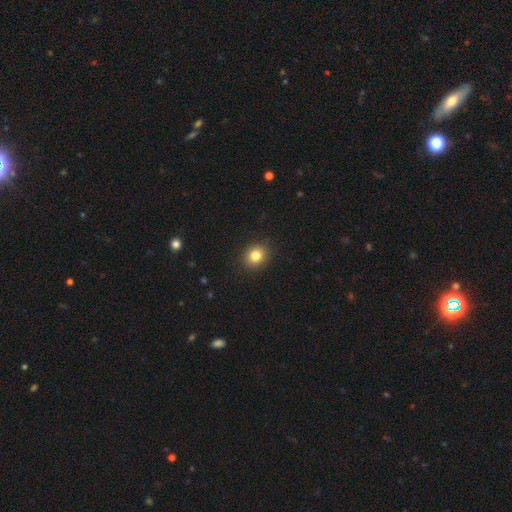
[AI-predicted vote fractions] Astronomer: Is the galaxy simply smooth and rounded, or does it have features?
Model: smooth — 82%.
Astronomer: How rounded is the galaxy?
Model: round — 66%.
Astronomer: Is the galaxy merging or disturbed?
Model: none — 90%.